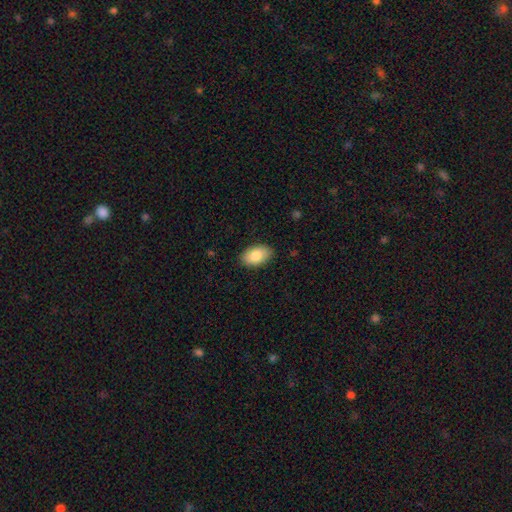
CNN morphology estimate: Overall: smooth (84%). How rounded: in between (93%). Merging: none (87%).